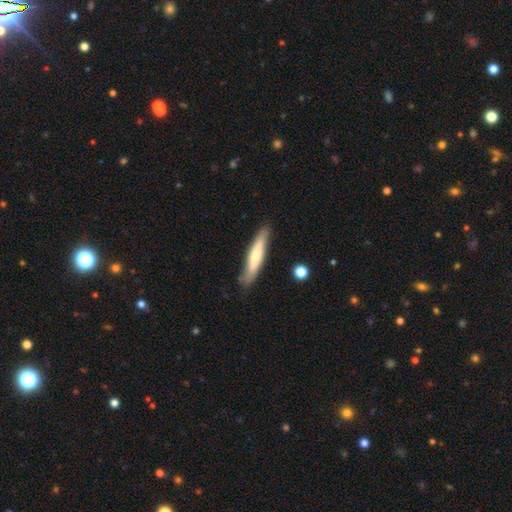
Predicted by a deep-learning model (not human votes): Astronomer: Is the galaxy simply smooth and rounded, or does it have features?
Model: smooth — 54% (runner-up: featured or disk, 41%).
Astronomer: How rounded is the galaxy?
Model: cigar-shaped — 86%.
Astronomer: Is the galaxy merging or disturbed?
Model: none — 83%.